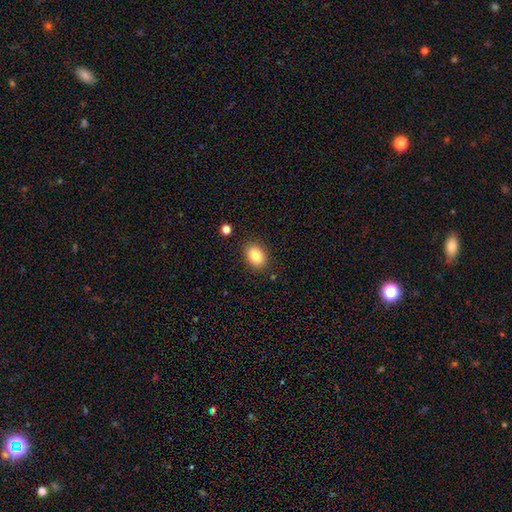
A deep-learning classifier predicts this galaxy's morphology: The model was most divided on "how rounded": in between: 76%, round: 23%, cigar-shaped: 1%. More confident: merging — none (86%); smooth or featured — smooth (85%).